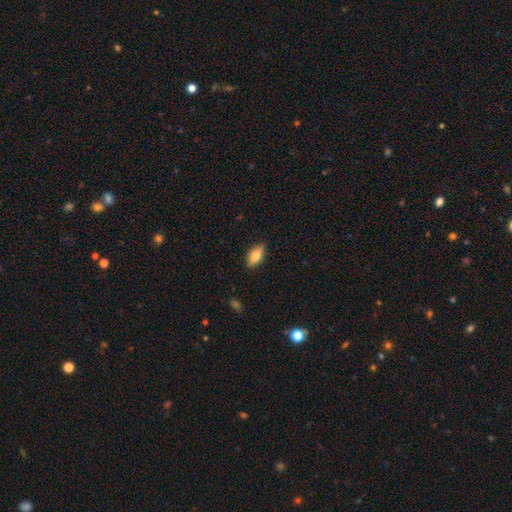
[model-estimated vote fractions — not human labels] Smooth or featured: smooth — 71% (featured or disk — 22%)
How rounded: in between — 81% (cigar-shaped — 15%)
Merging: none — 83% (minor disturbance — 14%)